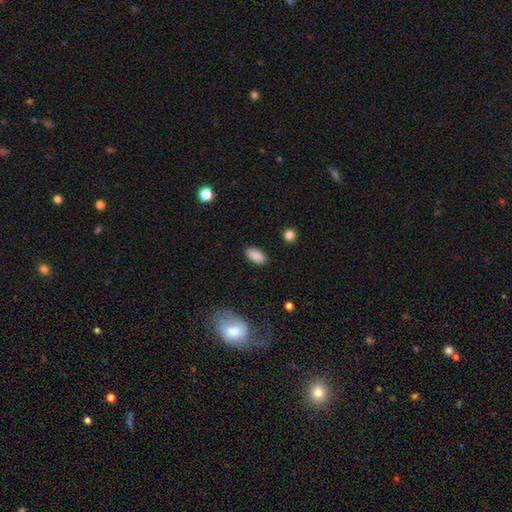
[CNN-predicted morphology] Overall: smooth (89%). How rounded: in between (93%). Merging: none (88%).